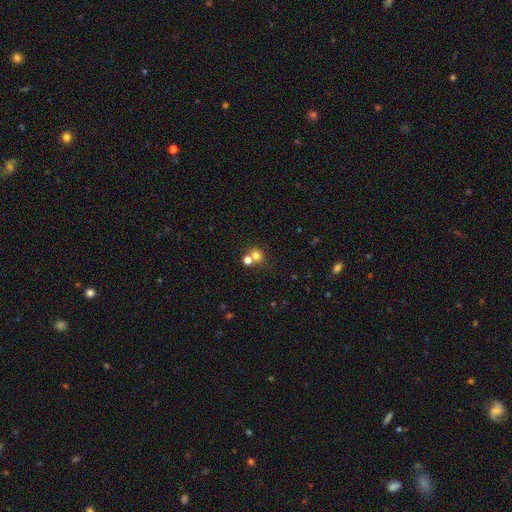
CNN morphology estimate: This is likely a smooth galaxy (74%). How rounded: likely round (75%). Merging: marginally none (44%, tied with merger).